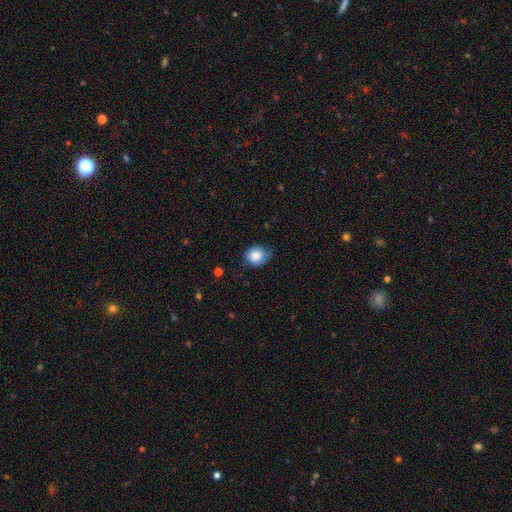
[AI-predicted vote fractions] Smooth or featured? Predicted: smooth (p=0.84). How rounded? Predicted: round (p=0.67). Merging? Predicted: none (p=0.61).